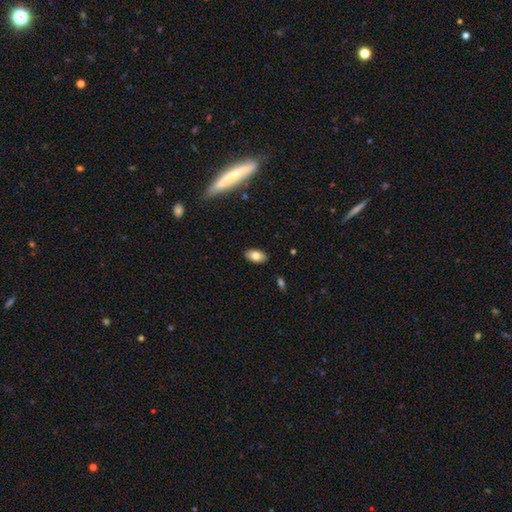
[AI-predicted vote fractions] Smooth or featured? Predicted: smooth (p=0.79). How rounded? Predicted: in between (p=0.93). Merging? Predicted: none (p=0.88).